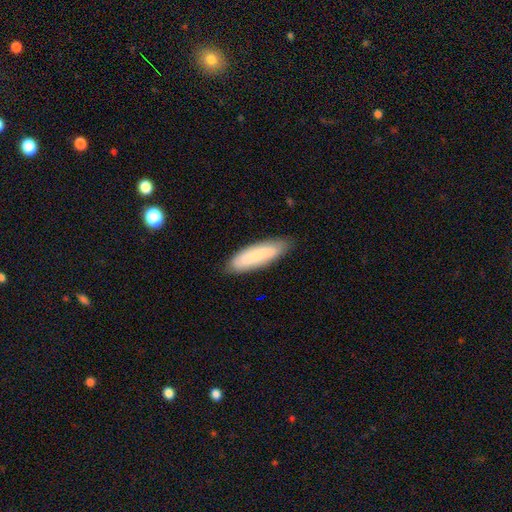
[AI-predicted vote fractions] Q: Smooth or featured?
A: smooth (73%); runner-up: featured or disk (21%)
Q: How rounded?
A: cigar-shaped (60%); runner-up: in between (39%)
Q: Merging?
A: none (80%); runner-up: minor disturbance (15%)